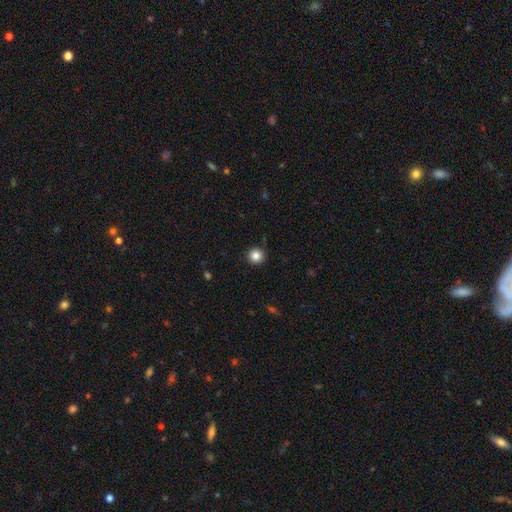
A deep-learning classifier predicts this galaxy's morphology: A smooth galaxy with no disk features (85%) that is round (94%).

Vote fractions:
- Smooth or featured? smooth: 85% / star or artifact: 11% / featured or disk: 4%
- How rounded? round: 94% / in between: 5% / cigar-shaped: 1%
- Merging? none: 90% / minor disturbance: 7% / major disturbance: 2% / merger: 1%